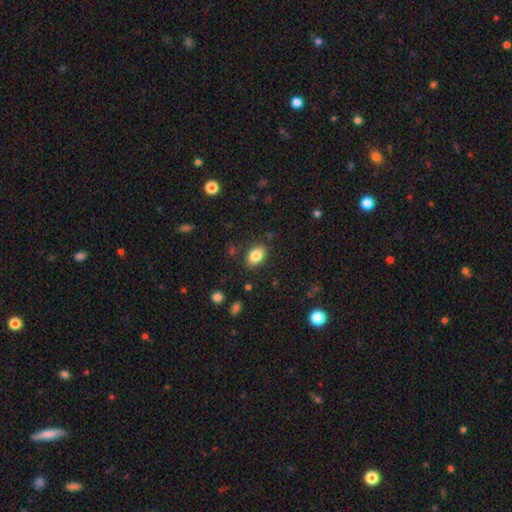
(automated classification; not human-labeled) A smooth galaxy with no disk features (84%) that is in between round and cigar-shaped (84%). Merging: none (84%).